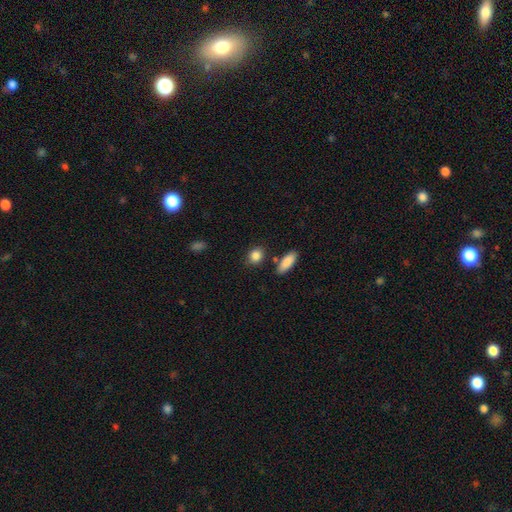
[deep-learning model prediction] Smooth or featured? Predicted: smooth (p=0.87). How rounded? Predicted: round (p=0.52). Merging? Predicted: none (p=0.80).